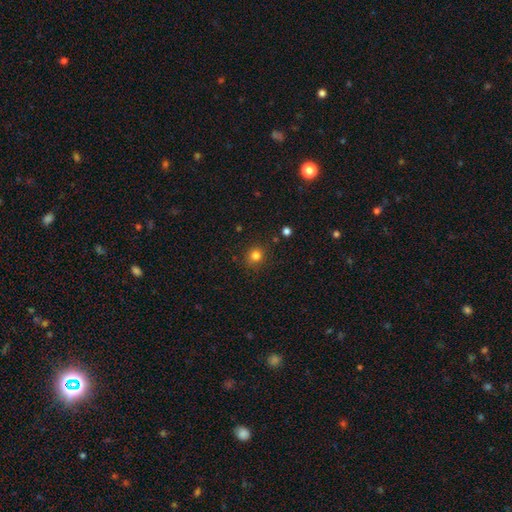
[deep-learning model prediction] smooth_or_featured: smooth (p=0.81) [alt: star or artifact p=0.13]
how_rounded: round (p=0.87) [alt: in between p=0.12]
merging: none (p=0.87) [alt: minor disturbance p=0.09]